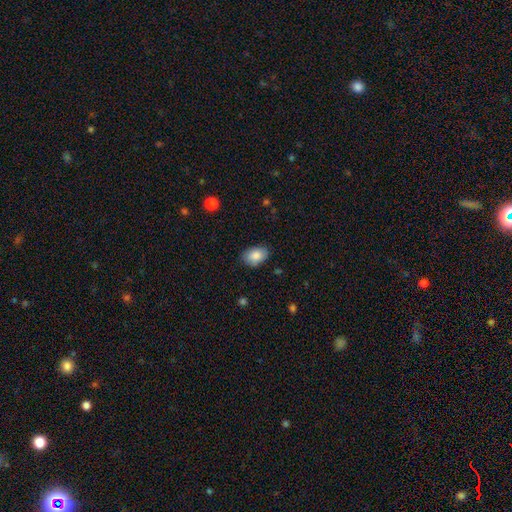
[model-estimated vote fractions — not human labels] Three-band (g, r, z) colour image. It shows a smooth galaxy with no disk features (86%) that is in between round and cigar-shaped (85%). Merging: none (83%).